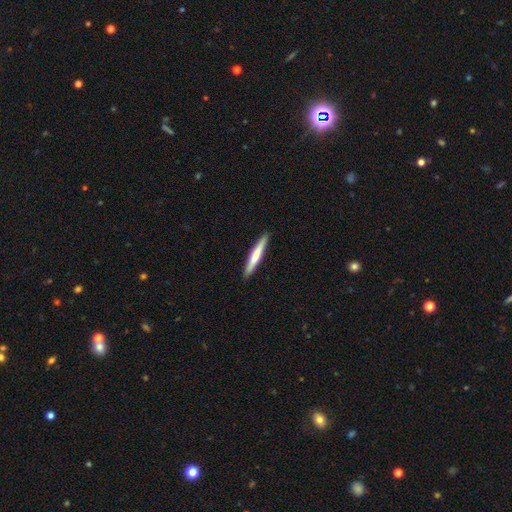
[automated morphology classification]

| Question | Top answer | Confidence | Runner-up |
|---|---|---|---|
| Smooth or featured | smooth | 60% | featured or disk (35%) |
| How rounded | cigar-shaped | 95% | in between (4%) |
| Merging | none | 91% | minor disturbance (6%) |